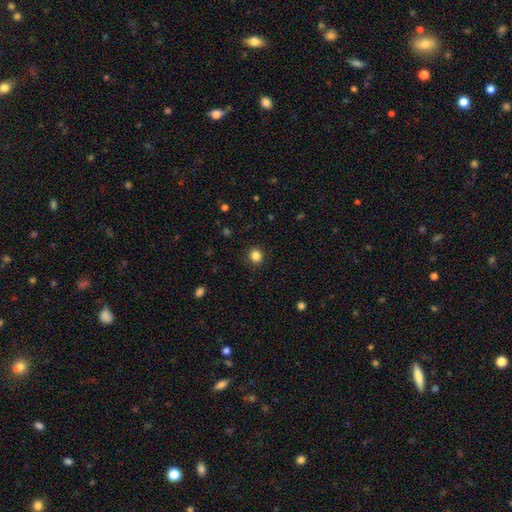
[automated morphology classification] smooth 84%, star or artifact 12%, featured or disk 4%. Down the decision tree: how rounded — round (89%); merging — none (91%).